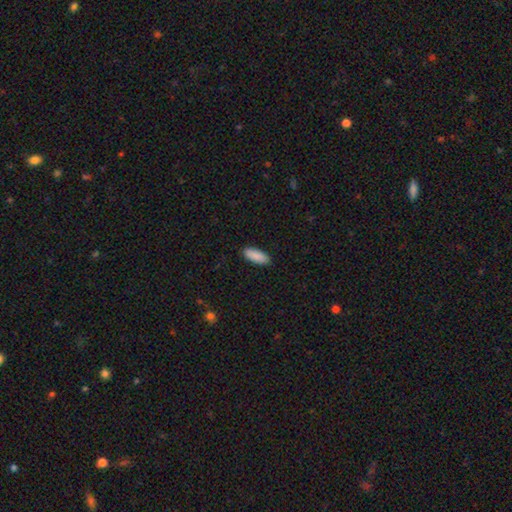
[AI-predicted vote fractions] The model was most divided on "how rounded": in between: 80%, cigar-shaped: 18%, round: 2%. More confident: merging — none (91%); smooth or featured — smooth (91%).